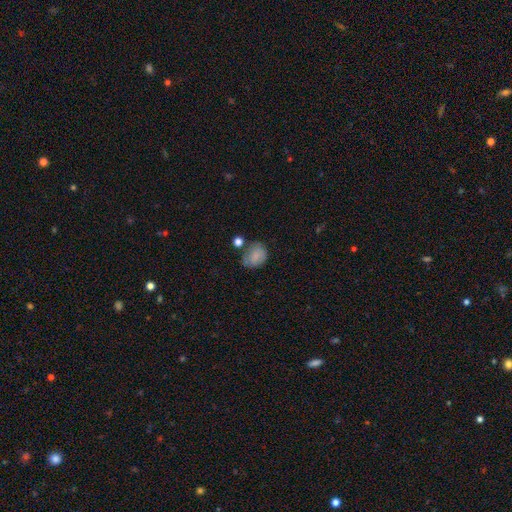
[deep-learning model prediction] Overall: smooth (78%). How rounded: in between (50%; round 49%). Merging: none (55%; minor disturbance 25%).